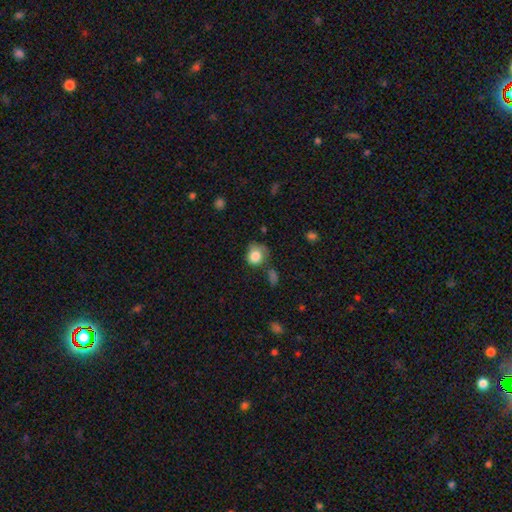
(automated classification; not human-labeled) The model was most divided on "merging": none: 46%, minor disturbance: 30%, major disturbance: 16%, merger: 8%. More confident: smooth or featured — smooth (81%); how rounded — round (75%).